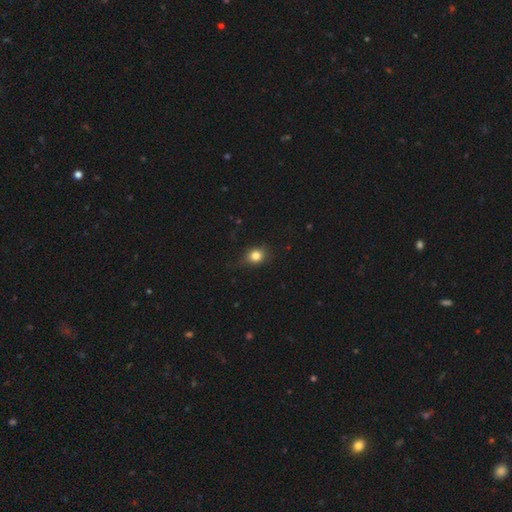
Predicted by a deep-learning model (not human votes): This is clearly a smooth galaxy (82%). How rounded: likely round (64%). Merging: likely none (78%).